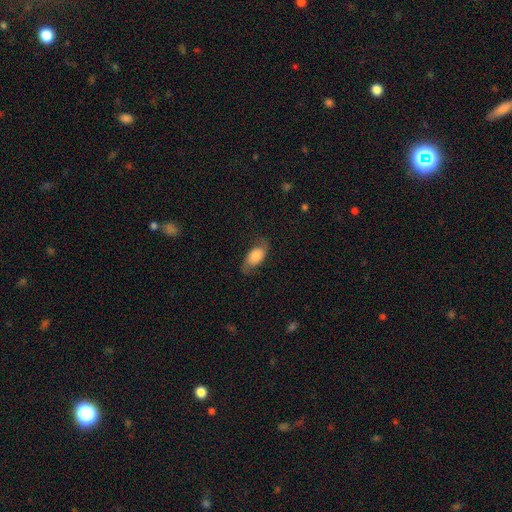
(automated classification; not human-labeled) The model was most divided on "smooth or featured": smooth: 60%, featured or disk: 33%, star or artifact: 8%. More confident: how rounded — in between (89%); merging — none (66%).